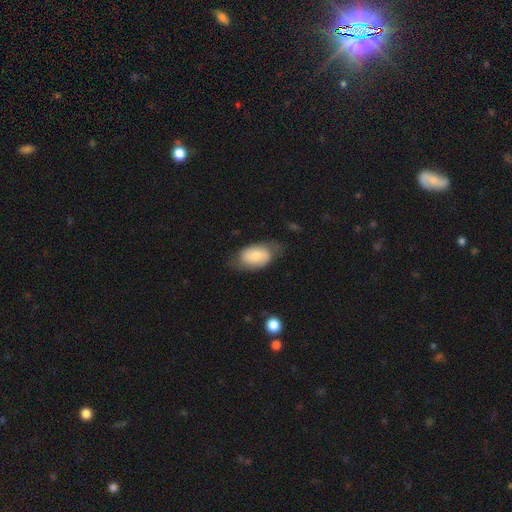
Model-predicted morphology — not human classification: A smooth galaxy with no disk features (64%) that is in between round and cigar-shaped (92%).

Vote fractions:
- Smooth or featured? smooth: 64% / featured or disk: 30% / star or artifact: 7%
- How rounded? in between: 92% / round: 7% / cigar-shaped: 2%
- Merging? none: 60% / minor disturbance: 27% / major disturbance: 11% / merger: 2%